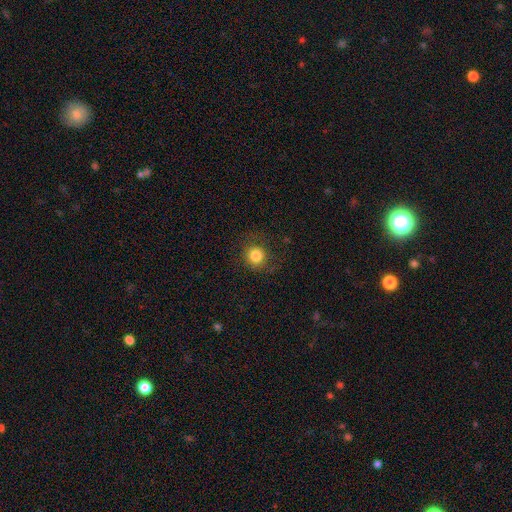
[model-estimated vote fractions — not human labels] smooth 82%, star or artifact 10%, featured or disk 8%. Down the decision tree: how rounded — round (91%); merging — none (81%).